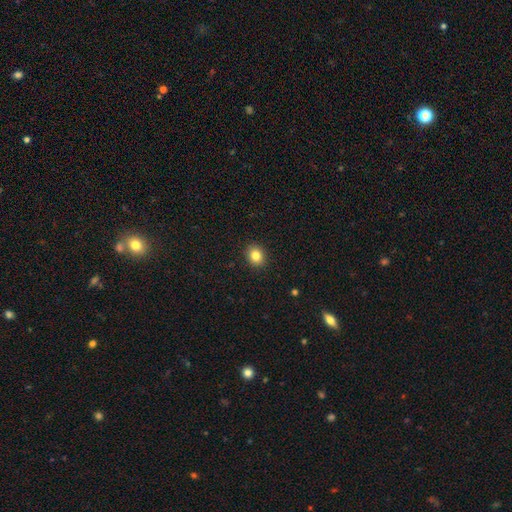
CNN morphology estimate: Smooth or featured? Predicted: smooth (p=0.83). How rounded? Predicted: round (p=0.66). Merging? Predicted: none (p=0.92).